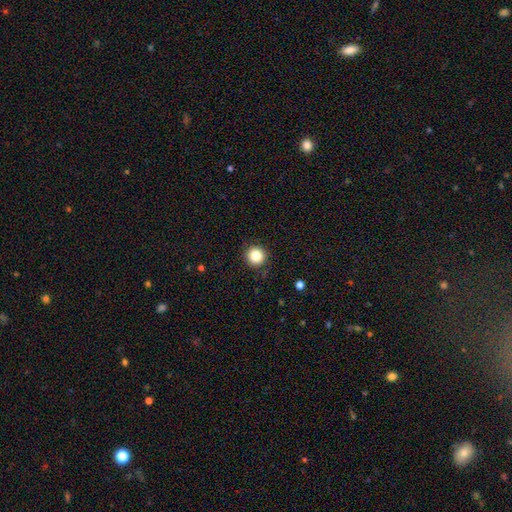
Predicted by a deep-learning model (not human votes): A smooth galaxy with no disk features (84%) that is round (95%).

Vote fractions:
- Smooth or featured? smooth: 84% / star or artifact: 11% / featured or disk: 5%
- How rounded? round: 95% / in between: 4% / cigar-shaped: 1%
- Merging? none: 91% / minor disturbance: 6% / major disturbance: 2% / merger: 1%